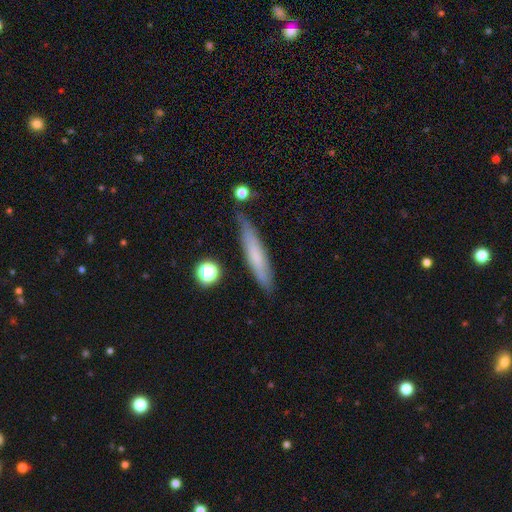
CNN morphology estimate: Smooth or featured?
  - smooth: 61% *
  - featured or disk: 32%
  - star or artifact: 7%
How rounded?
  - cigar-shaped: 89% *
  - in between: 9%
  - round: 2%
Merging?
  - none: 76% *
  - minor disturbance: 17%
  - major disturbance: 4%
  - merger: 4%